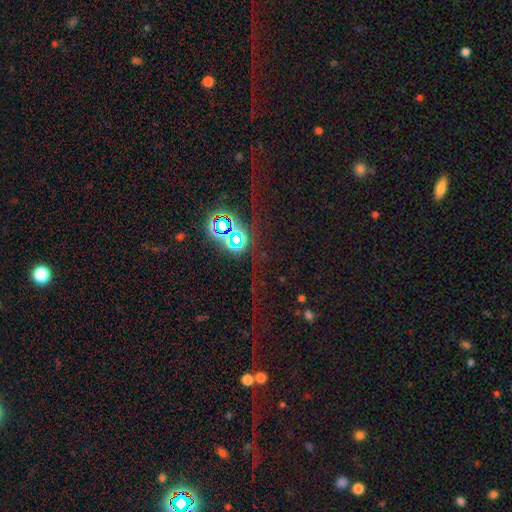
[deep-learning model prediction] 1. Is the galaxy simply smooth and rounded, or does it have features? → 65% star or artifact, 22% smooth, 13% featured or disk.